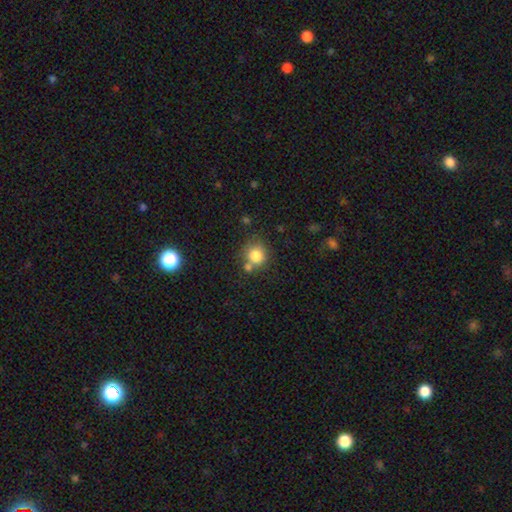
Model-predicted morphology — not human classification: Overall: smooth (81%). How rounded: round (87%). Merging: none (62%).